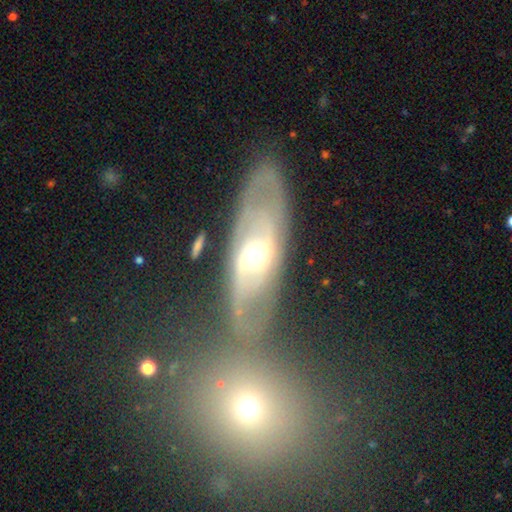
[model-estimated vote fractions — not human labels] Morphology: type=featured or disk (76%); edge-on=no (86%); bar=no (55%); spiral arms=yes (82%); winding=tight (55%); arm count=can't tell (41%, tied with 2); bulge=moderate (56%); merging=none (67%).